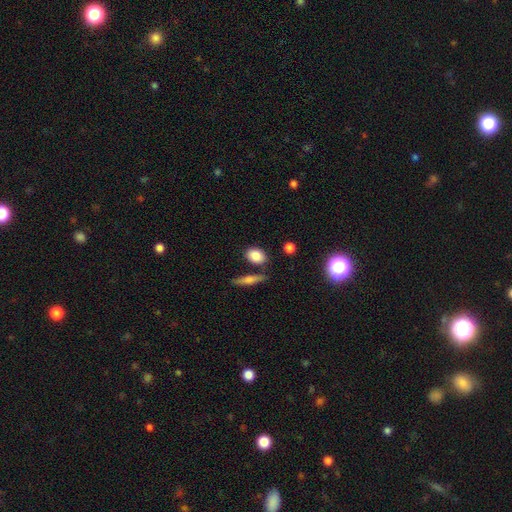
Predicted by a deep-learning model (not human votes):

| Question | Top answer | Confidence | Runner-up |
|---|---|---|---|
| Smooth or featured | smooth | 83% | featured or disk (8%) |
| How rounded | in between | 71% | round (25%) |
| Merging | none | 76% | minor disturbance (13%) |